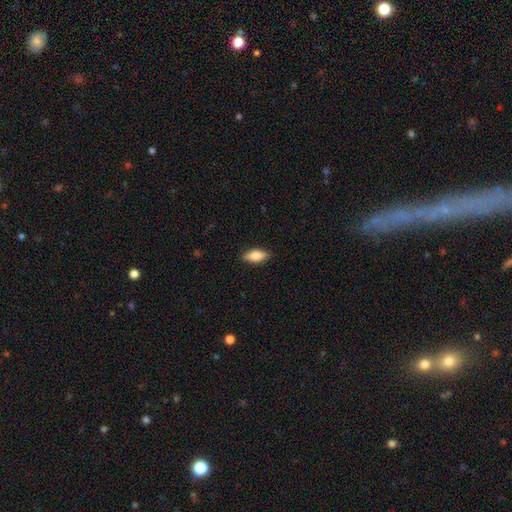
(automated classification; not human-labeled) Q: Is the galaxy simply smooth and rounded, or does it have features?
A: smooth — 68%.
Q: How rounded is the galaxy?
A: in between — 75%.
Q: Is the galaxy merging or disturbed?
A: none — 88%.